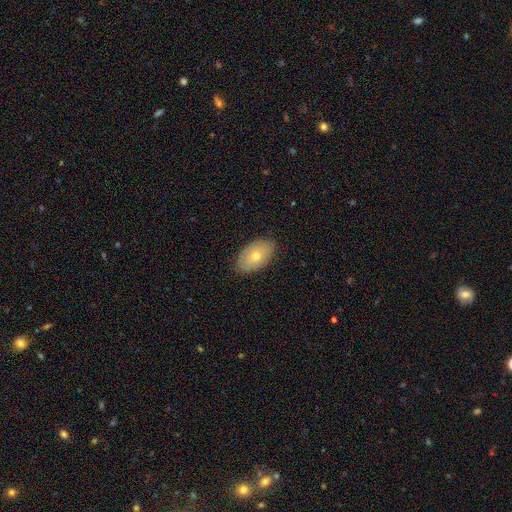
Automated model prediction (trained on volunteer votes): smooth-or-featured: smooth: 67% | featured or disk: 27% | star or artifact: 7%
  how-rounded: in between: 92% | round: 6% | cigar-shaped: 1%
  merging: none: 85% | minor disturbance: 12% | major disturbance: 2% | merger: 1%